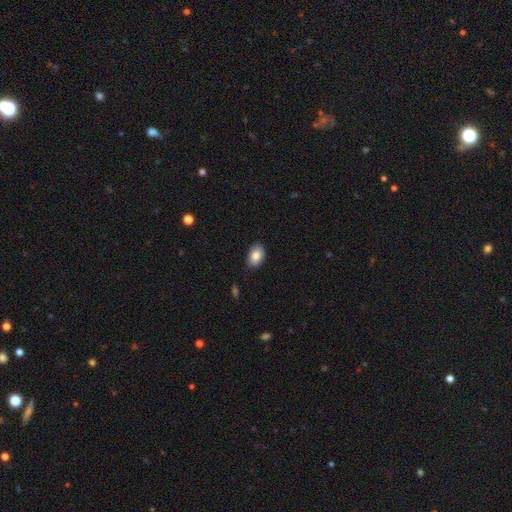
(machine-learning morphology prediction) Overall: smooth (83%). How rounded: in between (88%). Merging: none (86%).